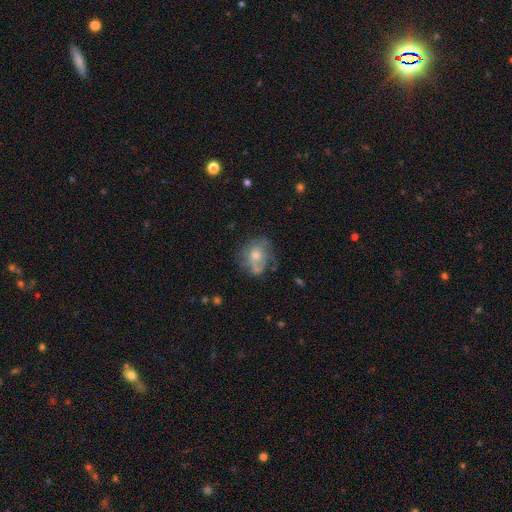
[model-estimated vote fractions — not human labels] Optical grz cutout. It shows a featured or disk galaxy (51%). Merging: none (56%).